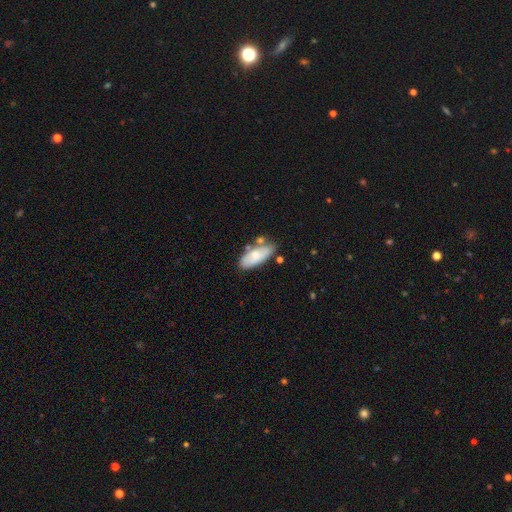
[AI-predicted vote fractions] A smooth galaxy with no disk features (69%) that is in between round and cigar-shaped (83%). Merging: none (65%).